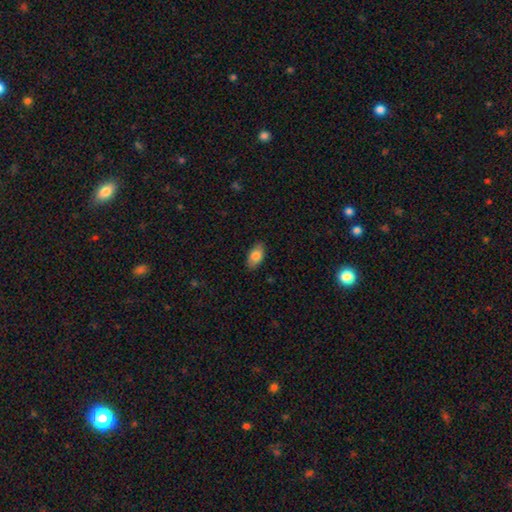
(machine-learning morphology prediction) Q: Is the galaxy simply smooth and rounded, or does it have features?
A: smooth — 81%.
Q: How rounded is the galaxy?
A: in between — 92%.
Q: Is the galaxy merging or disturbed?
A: none — 86%.